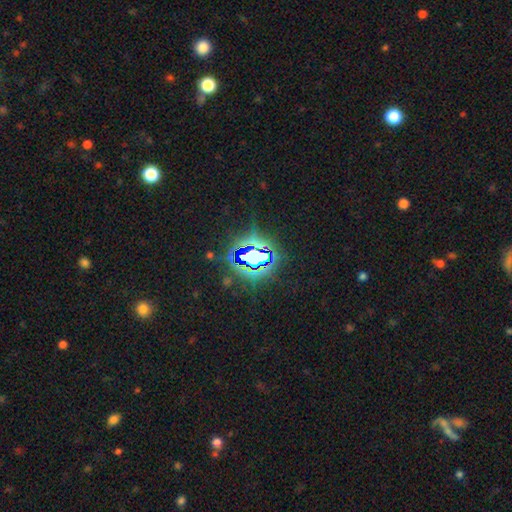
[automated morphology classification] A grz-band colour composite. It shows a star or artifact, not a galaxy (79%).